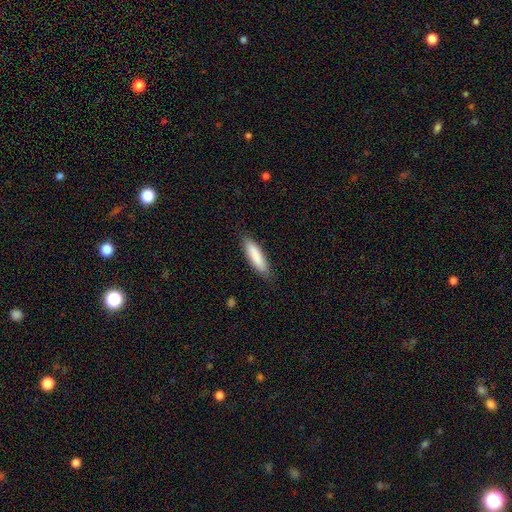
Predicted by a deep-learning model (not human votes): Smooth or featured? Predicted: smooth (p=0.86). How rounded? Predicted: cigar-shaped (p=0.69). Merging? Predicted: none (p=0.85).